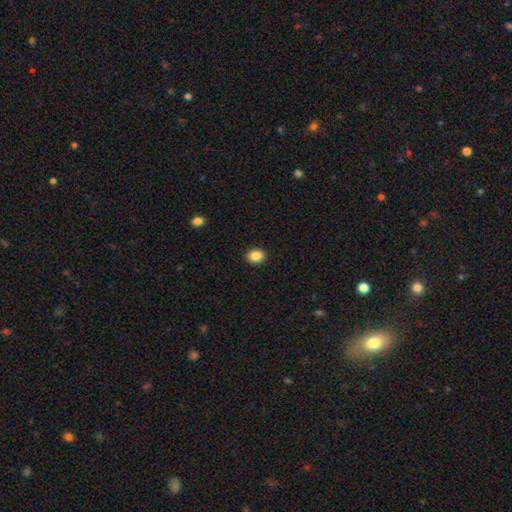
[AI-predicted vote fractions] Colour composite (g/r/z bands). It shows a smooth galaxy with no disk features (87%) that is round (58%). Merging: none (92%).